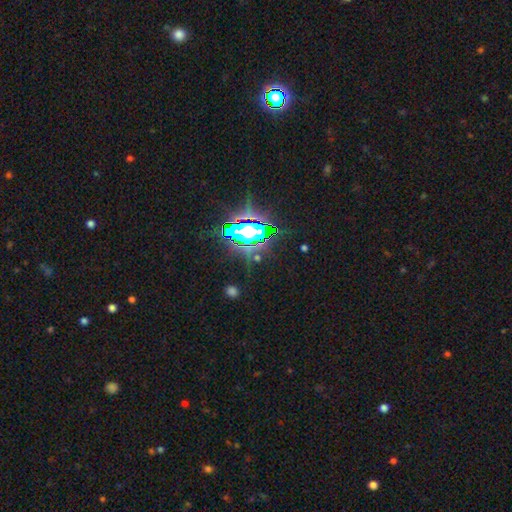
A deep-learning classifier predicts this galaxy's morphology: A star or artifact, not a galaxy (72%).

Vote fractions:
- Smooth or featured? star or artifact: 72% / smooth: 15% / featured or disk: 13%